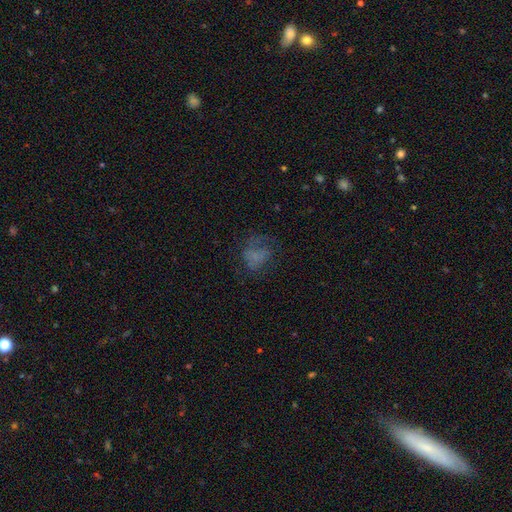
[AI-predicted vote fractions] smooth-or-featured: smooth: 51% | featured or disk: 30% | star or artifact: 20%
  how-rounded: round: 54% | in between: 44% | cigar-shaped: 1%
  merging: none: 47% | major disturbance: 30% | minor disturbance: 21% | merger: 2%